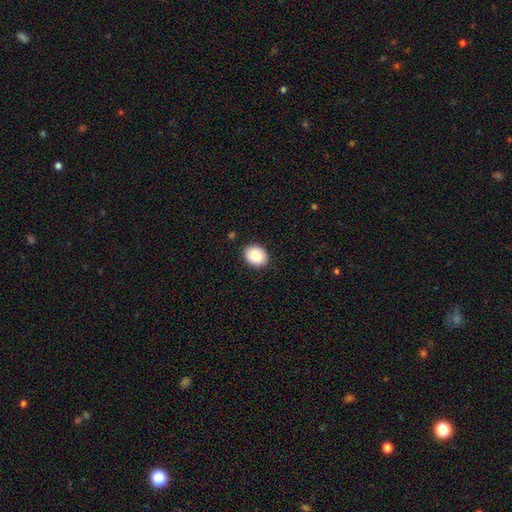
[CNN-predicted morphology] Overall: smooth (86%). How rounded: in between (59%; round 40%). Merging: none (89%).